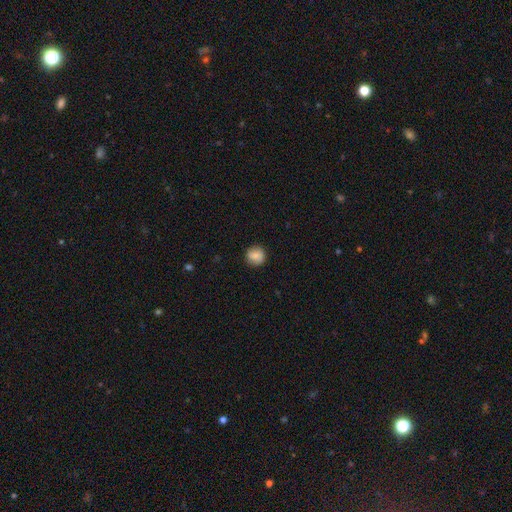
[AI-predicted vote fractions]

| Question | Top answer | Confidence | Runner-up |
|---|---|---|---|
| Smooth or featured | smooth | 82% | featured or disk (10%) |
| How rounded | round | 90% | in between (8%) |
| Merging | none | 87% | minor disturbance (9%) |